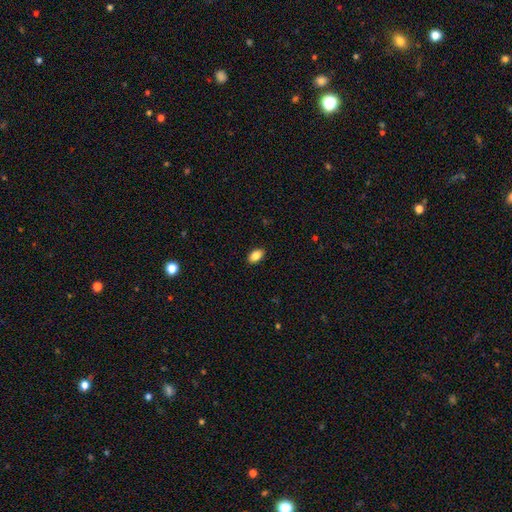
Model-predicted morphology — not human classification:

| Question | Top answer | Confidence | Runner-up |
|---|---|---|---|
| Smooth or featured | smooth | 87% | star or artifact (8%) |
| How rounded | in between | 91% | round (6%) |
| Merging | none | 89% | minor disturbance (8%) |